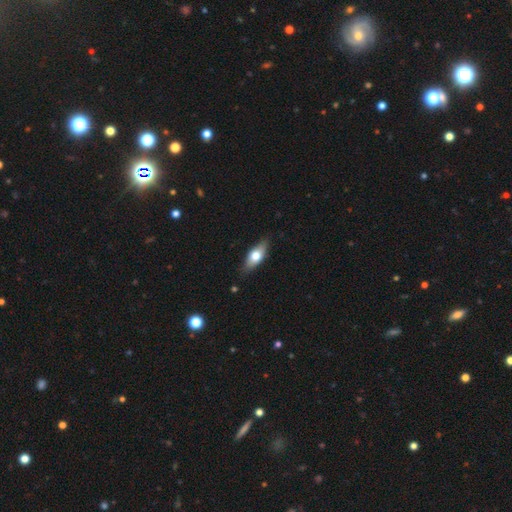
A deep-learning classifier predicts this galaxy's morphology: A smooth galaxy with no disk features (61%) that is in between round and cigar-shaped (75%). Merging: none (83%).